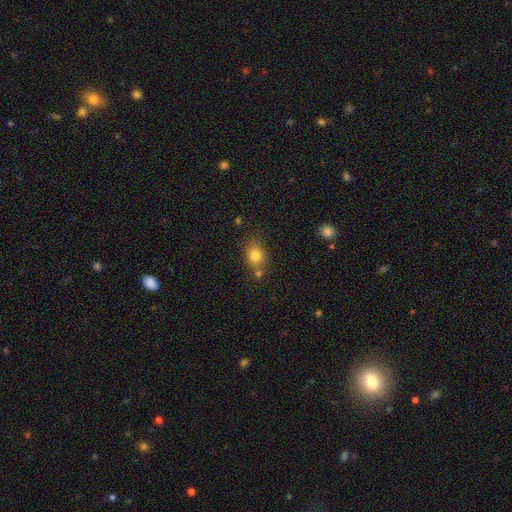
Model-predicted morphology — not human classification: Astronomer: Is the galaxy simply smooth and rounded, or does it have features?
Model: smooth — 80%.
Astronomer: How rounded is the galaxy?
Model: round — 56% (runner-up: in between, 43%).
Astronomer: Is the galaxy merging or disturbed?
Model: none — 65%.